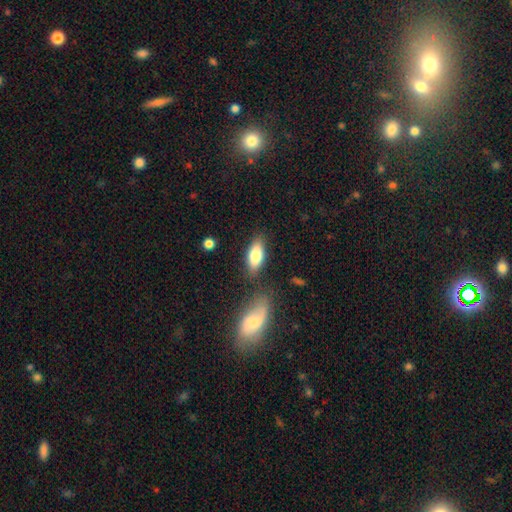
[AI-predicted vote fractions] This is likely a smooth galaxy (80%). How rounded: clearly in between (84%). Merging: likely none (76%).